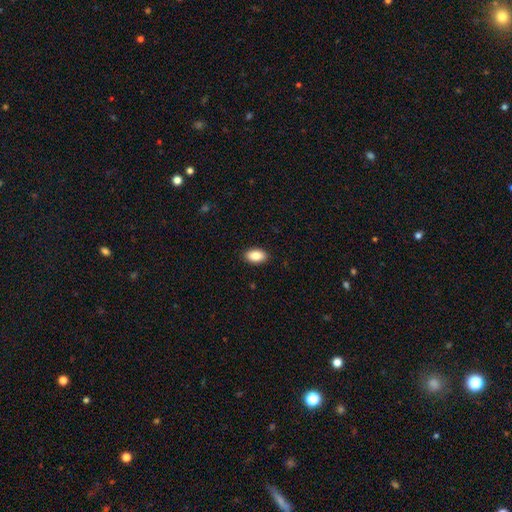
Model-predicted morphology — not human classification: A smooth galaxy with no disk features (86%) that is in between round and cigar-shaped (92%).

Vote fractions:
- Smooth or featured? smooth: 86% / star or artifact: 7% / featured or disk: 7%
- How rounded? in between: 92% / round: 6% / cigar-shaped: 2%
- Merging? none: 90% / minor disturbance: 7% / major disturbance: 2% / merger: 1%